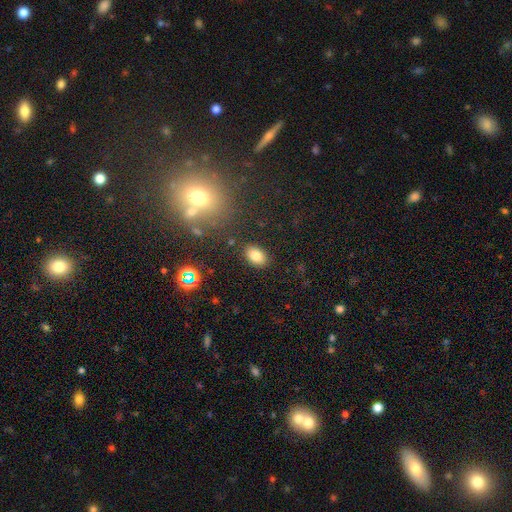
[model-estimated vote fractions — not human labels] This is likely a smooth galaxy (80%). How rounded: clearly in between (83%). Merging: clearly none (86%).